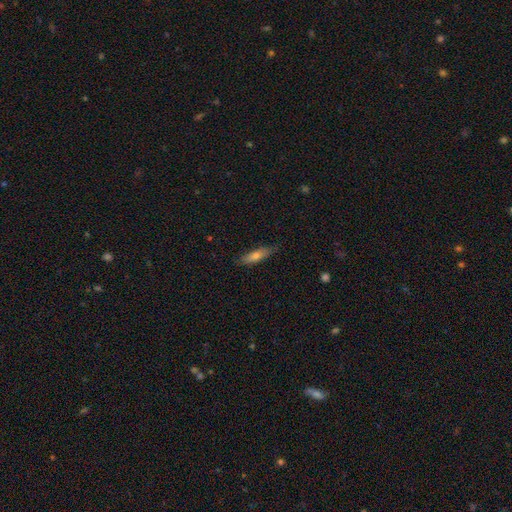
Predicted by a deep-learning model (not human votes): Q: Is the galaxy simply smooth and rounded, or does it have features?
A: smooth — 64%.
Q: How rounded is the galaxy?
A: cigar-shaped — 70%.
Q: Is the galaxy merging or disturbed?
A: none — 81%.